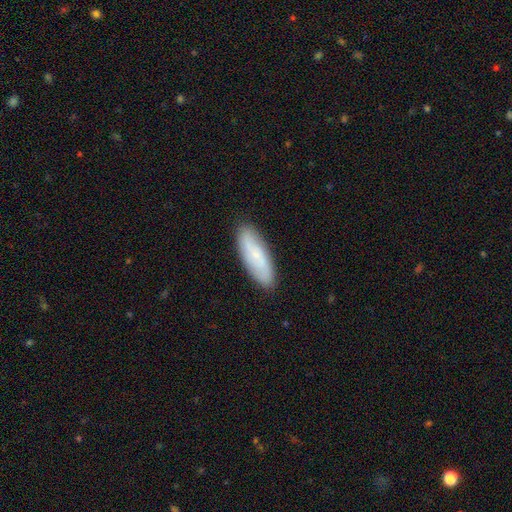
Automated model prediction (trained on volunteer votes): A smooth galaxy with no disk features (58%) that is in between round and cigar-shaped (51%).

Vote fractions:
- Smooth or featured? smooth: 58% / featured or disk: 36% / star or artifact: 7%
- How rounded? in between: 51% / cigar-shaped: 47% / round: 2%
- Merging? none: 88% / minor disturbance: 9% / major disturbance: 2% / merger: 1%